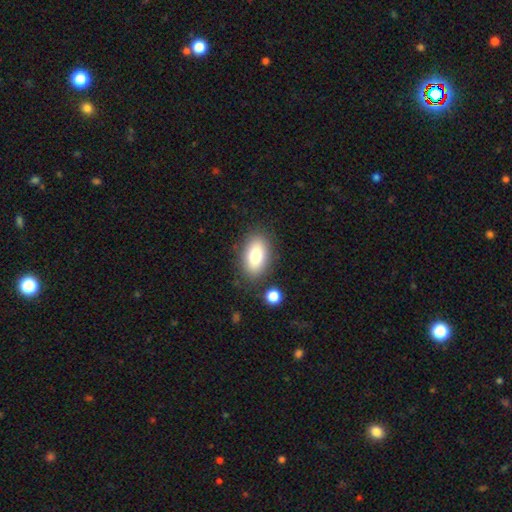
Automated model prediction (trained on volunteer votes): Q: Smooth or featured?
A: smooth (79%); runner-up: featured or disk (13%)
Q: How rounded?
A: in between (91%); runner-up: round (6%)
Q: Merging?
A: none (82%); runner-up: minor disturbance (10%)